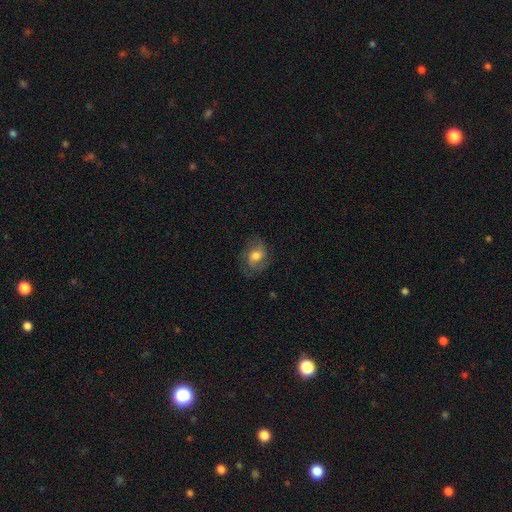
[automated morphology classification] Smooth or featured? featured or disk (50%)
Edge-on disk? no (96%)
Merging? none (68%)